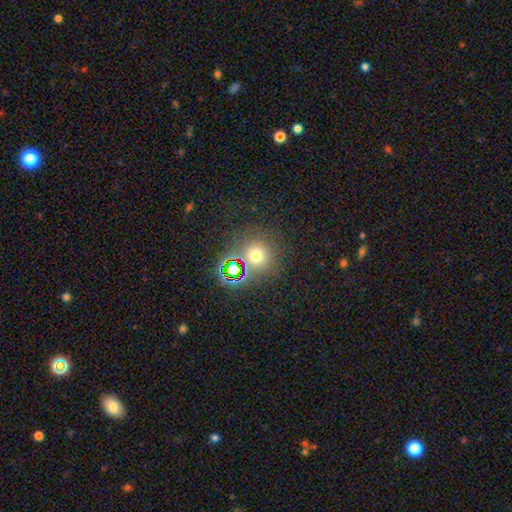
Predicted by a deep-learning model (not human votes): Overall: smooth (61%; star or artifact 31%). How rounded: round (92%). Merging: none (74%).